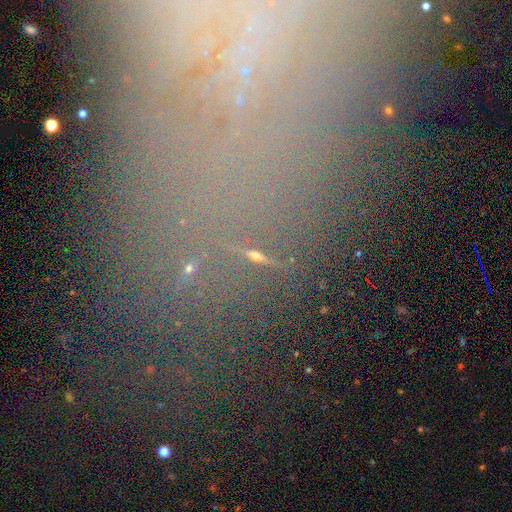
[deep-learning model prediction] Smooth or featured: star or artifact — 40% (featured or disk — 37%)